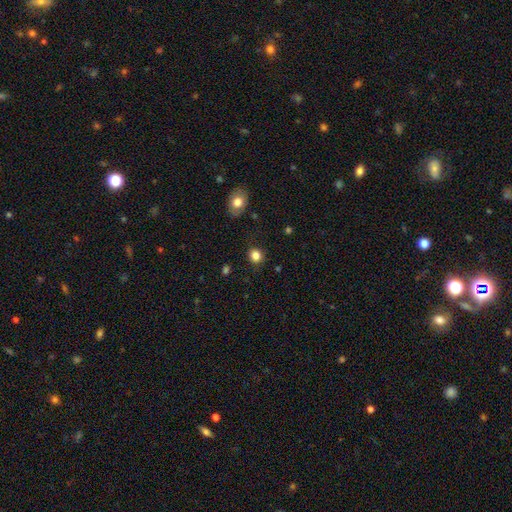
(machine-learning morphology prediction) Smooth or featured? Predicted: smooth (p=0.83). How rounded? Predicted: round (p=0.82). Merging? Predicted: none (p=0.87).